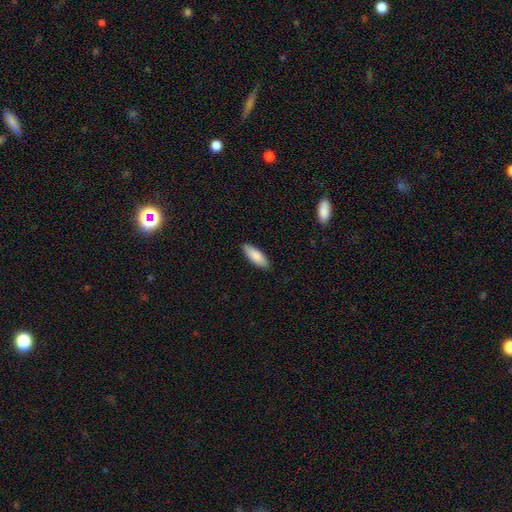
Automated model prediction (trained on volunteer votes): This is clearly a smooth galaxy (86%). How rounded: likely in between (68%). Merging: clearly none (88%).